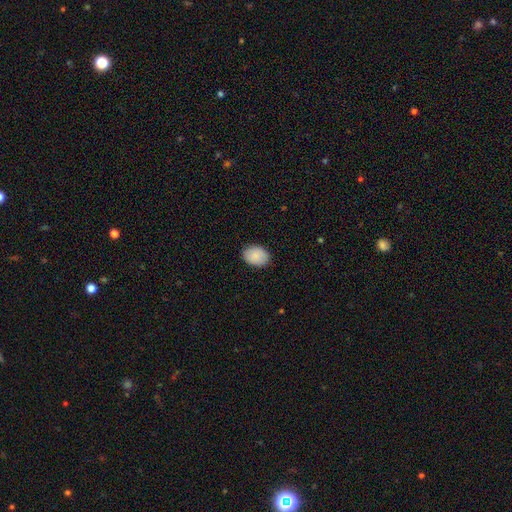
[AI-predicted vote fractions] smooth-or-featured: smooth: 90% | star or artifact: 6% | featured or disk: 4%
  how-rounded: in between: 73% | round: 26% | cigar-shaped: 1%
  merging: none: 89% | minor disturbance: 8% | major disturbance: 2% | merger: 1%